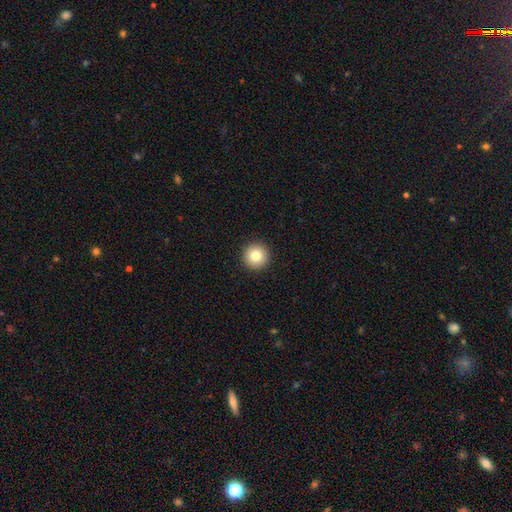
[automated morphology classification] This appears to be a smooth galaxy with no disk features (81%) that is round (96%). Merging: none (94%).